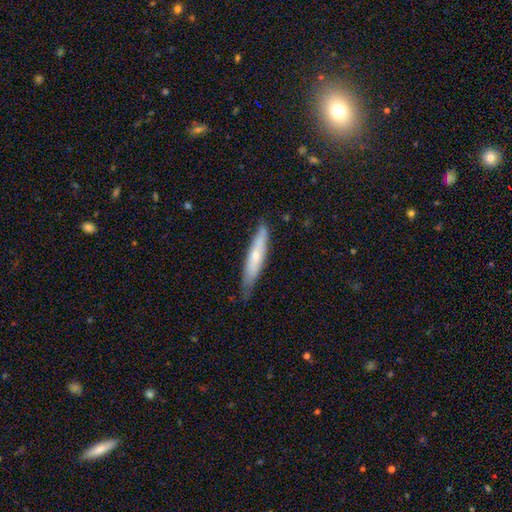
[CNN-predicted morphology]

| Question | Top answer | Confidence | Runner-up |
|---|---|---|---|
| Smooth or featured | smooth | 52% | featured or disk (42%) |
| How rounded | cigar-shaped | 88% | in between (11%) |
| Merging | none | 73% | minor disturbance (22%) |